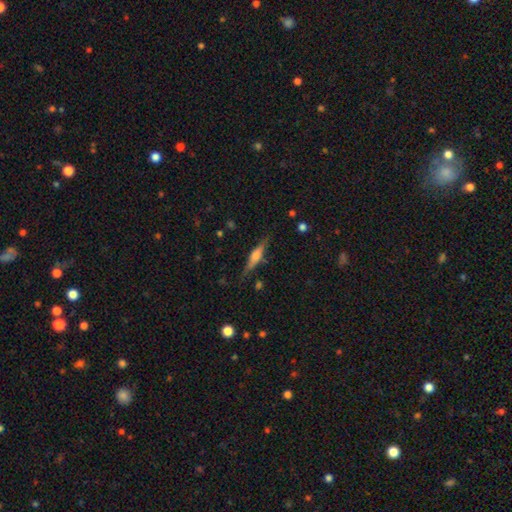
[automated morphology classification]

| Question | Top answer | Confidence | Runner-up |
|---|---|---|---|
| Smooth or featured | featured or disk | 55% | smooth (37%) |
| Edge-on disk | yes | 95% | no (5%) |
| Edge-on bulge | rounded | 64% | boxy (26%) |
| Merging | none | 80% | minor disturbance (14%) |